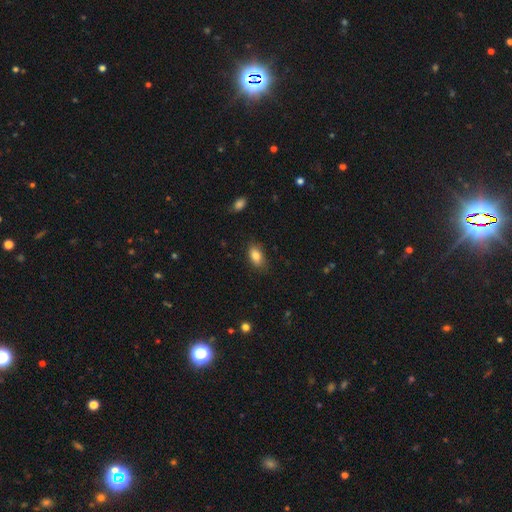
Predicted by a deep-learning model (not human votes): Smooth or featured: smooth — 84% (star or artifact — 8%)
How rounded: in between — 90% (round — 7%)
Merging: none — 83% (minor disturbance — 13%)